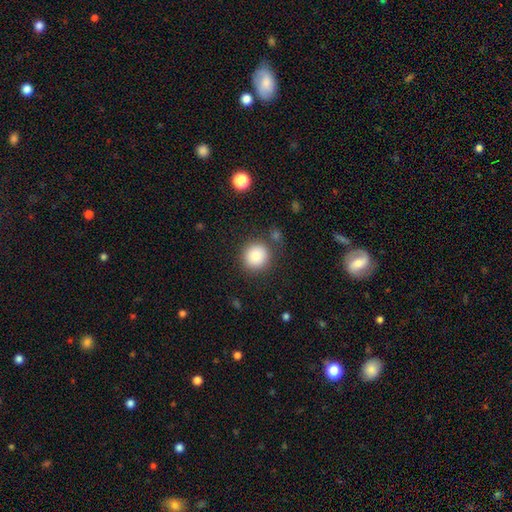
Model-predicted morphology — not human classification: Smooth or featured?
  - smooth: 82% *
  - star or artifact: 10%
  - featured or disk: 8%
How rounded?
  - round: 92% *
  - in between: 7%
  - cigar-shaped: 1%
Merging?
  - none: 83% *
  - minor disturbance: 9%
  - merger: 4%
  - major disturbance: 4%